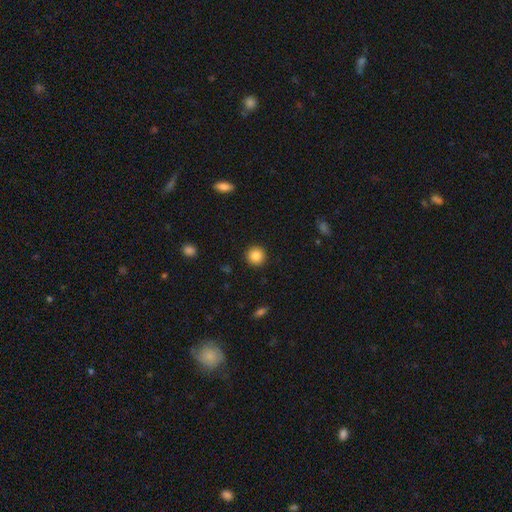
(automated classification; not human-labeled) Q: Smooth or featured?
A: smooth (85%); runner-up: star or artifact (10%)
Q: How rounded?
A: round (94%); runner-up: in between (5%)
Q: Merging?
A: none (92%); runner-up: minor disturbance (5%)